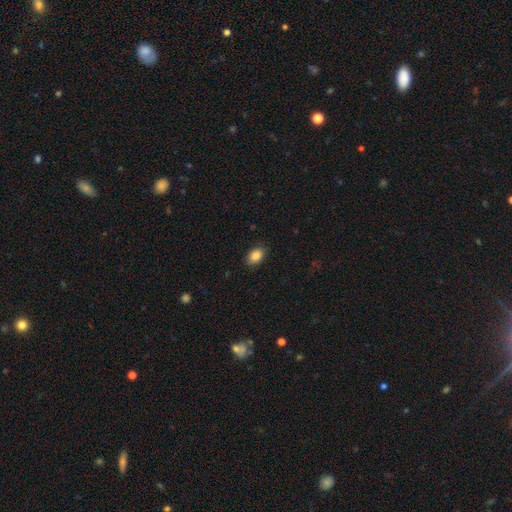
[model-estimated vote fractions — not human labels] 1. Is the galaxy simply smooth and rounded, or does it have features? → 87% smooth, 8% star or artifact, 4% featured or disk.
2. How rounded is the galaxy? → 83% in between, 16% round, 1% cigar-shaped.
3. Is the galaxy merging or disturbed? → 86% none, 10% minor disturbance, 2% major disturbance, 1% merger.